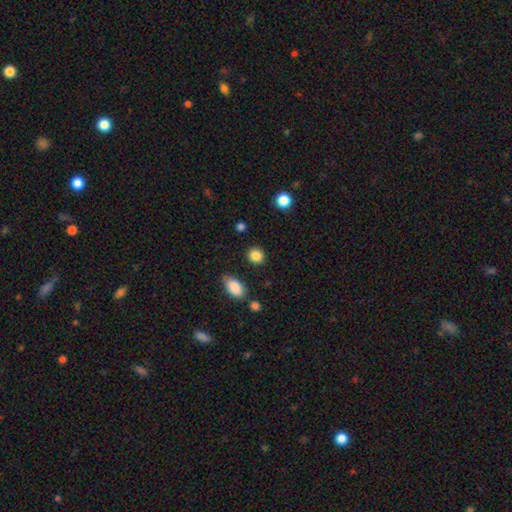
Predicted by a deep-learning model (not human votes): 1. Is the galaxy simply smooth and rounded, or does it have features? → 87% smooth, 9% star or artifact, 4% featured or disk.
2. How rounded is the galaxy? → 77% round, 22% in between, 1% cigar-shaped.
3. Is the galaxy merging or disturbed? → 87% none, 8% minor disturbance, 3% major disturbance, 2% merger.